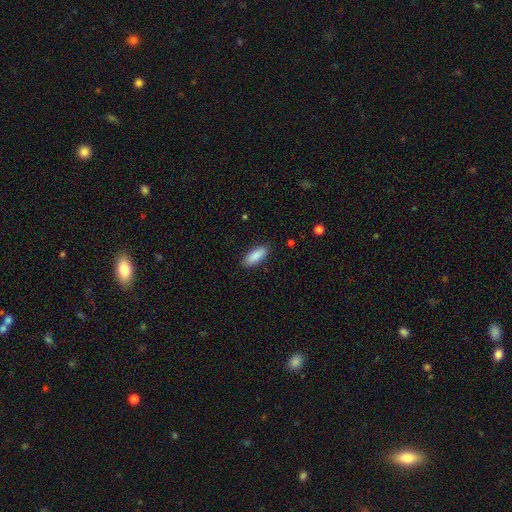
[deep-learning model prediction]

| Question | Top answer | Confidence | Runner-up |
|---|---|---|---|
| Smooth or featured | smooth | 89% | star or artifact (6%) |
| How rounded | in between | 73% | cigar-shaped (25%) |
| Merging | none | 89% | minor disturbance (8%) |